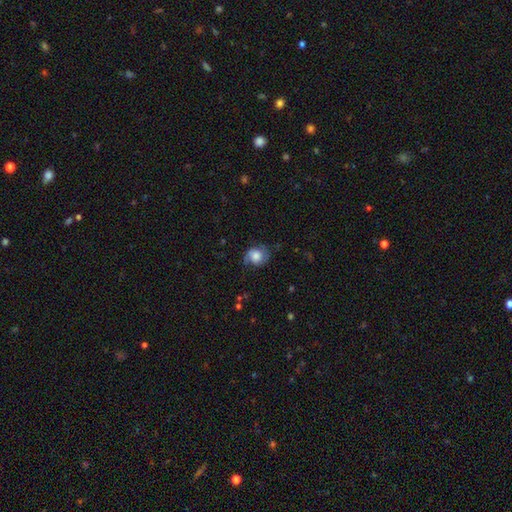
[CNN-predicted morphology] smooth_or_featured: smooth (p=0.55) [alt: featured or disk p=0.36]
how_rounded: round (p=0.64) [alt: in between p=0.35]
merging: none (p=0.60) [alt: minor disturbance p=0.27]